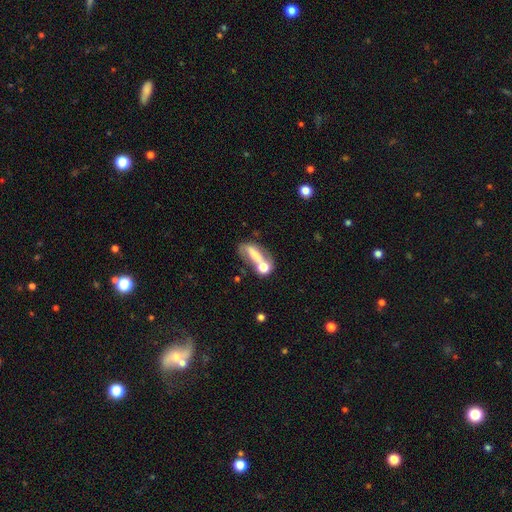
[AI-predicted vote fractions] Smooth or featured: smooth — 58% (featured or disk — 31%)
How rounded: in between — 64% (cigar-shaped — 24%)
Merging: merger — 43% (none — 24%)